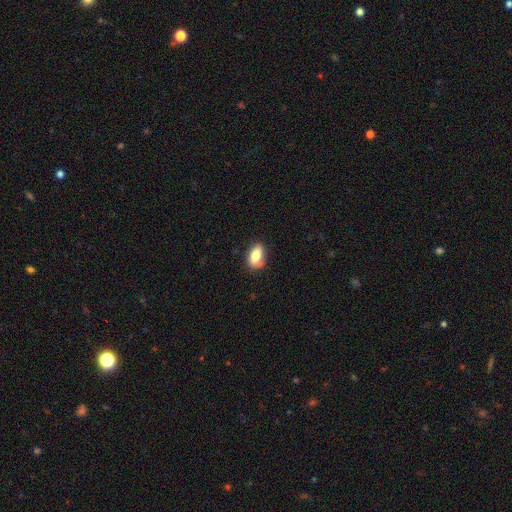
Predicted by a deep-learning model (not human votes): Smooth or featured?
  - smooth: 76% *
  - featured or disk: 17%
  - star or artifact: 7%
How rounded?
  - in between: 89% *
  - round: 7%
  - cigar-shaped: 5%
Merging?
  - none: 70% *
  - minor disturbance: 23%
  - major disturbance: 5%
  - merger: 2%